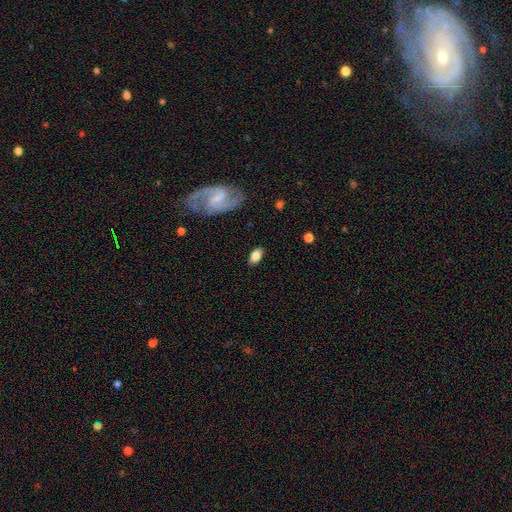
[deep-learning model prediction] smooth_or_featured: smooth (p=0.77) [alt: featured or disk p=0.16]
how_rounded: in between (p=0.91) [alt: cigar-shaped p=0.05]
merging: none (p=0.84) [alt: minor disturbance p=0.12]